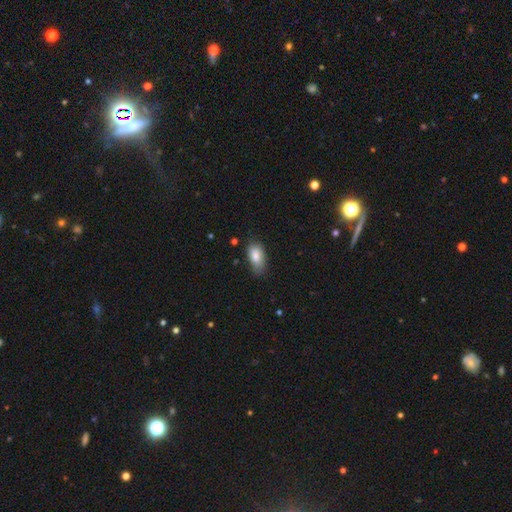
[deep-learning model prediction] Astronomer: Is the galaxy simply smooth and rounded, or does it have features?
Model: smooth — 84%.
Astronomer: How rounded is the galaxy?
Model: in between — 91%.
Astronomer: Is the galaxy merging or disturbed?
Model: none — 64%.